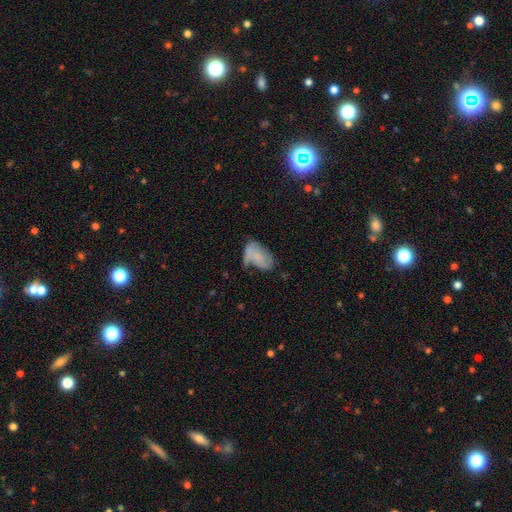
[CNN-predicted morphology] Smooth or featured? Predicted: smooth (p=0.54). How rounded? Predicted: in between (p=0.92). Merging? Predicted: none (p=0.33).